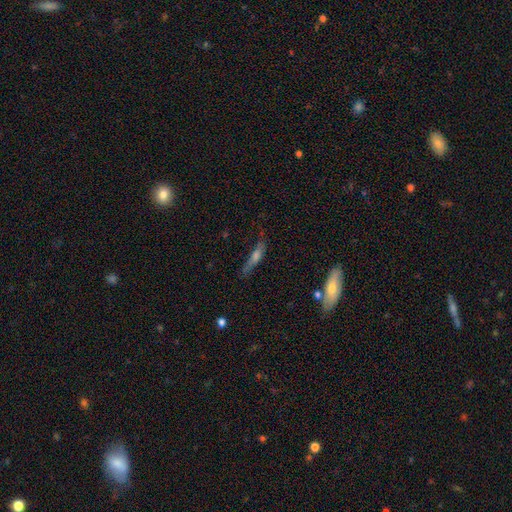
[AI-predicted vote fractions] Smooth or featured? featured or disk (52%)
Edge-on disk? yes (82%)
Merging? none (64%)